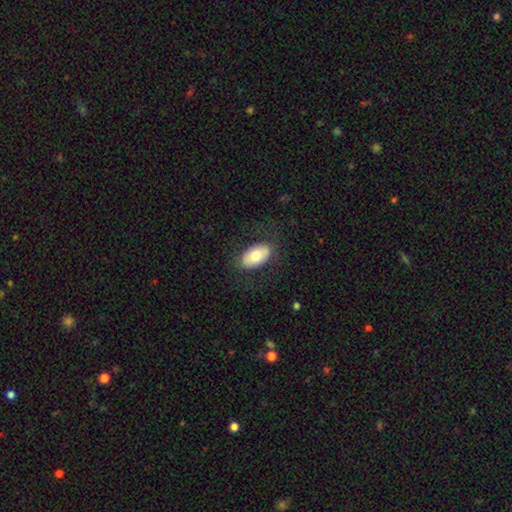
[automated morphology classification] Overall: smooth (72%). How rounded: in between (94%). Merging: none (82%).